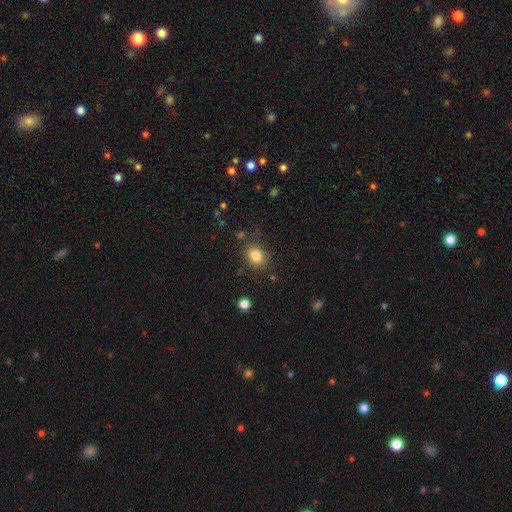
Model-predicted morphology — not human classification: A smooth galaxy with no disk features (83%) that is in between round and cigar-shaped (64%). Merging: none (81%).